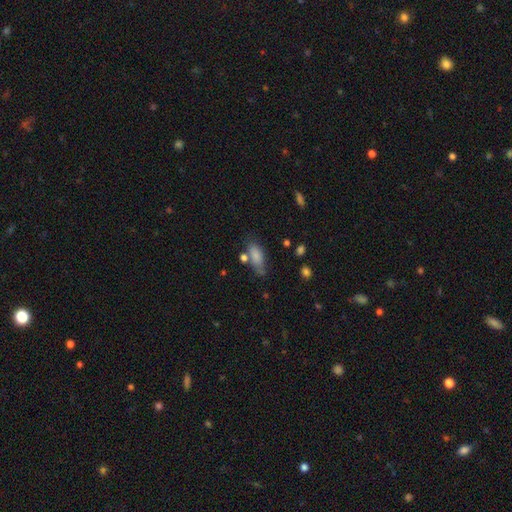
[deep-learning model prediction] The model was most divided on "merging": none: 58%, minor disturbance: 22%, merger: 12%, major disturbance: 8%. More confident: smooth or featured — smooth (82%); how rounded — in between (80%).